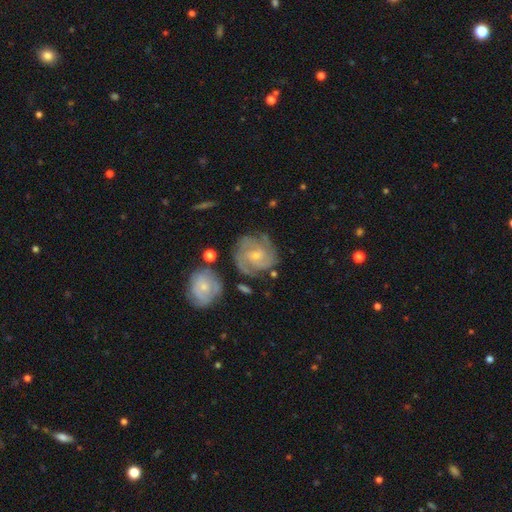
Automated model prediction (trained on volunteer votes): Smooth or featured? Predicted: featured or disk (p=0.81). Edge-on disk? Predicted: no (p=0.98). Bar? Predicted: no (p=0.58). Spiral arms? Predicted: yes (p=0.95). Spiral winding? Predicted: tight (p=0.65). Spiral arm count? Predicted: 3 (p=0.30). Bulge size? Predicted: small (p=0.61). Merging? Predicted: none (p=0.71).